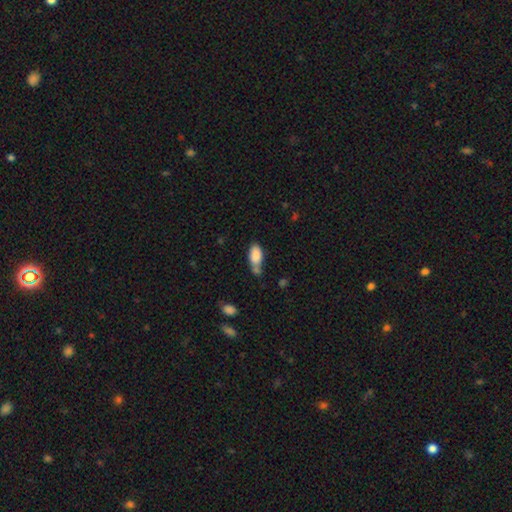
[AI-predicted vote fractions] The model was most divided on "merging": none: 41%, merger: 29%, minor disturbance: 22%, major disturbance: 8%. More confident: how rounded — in between (90%); smooth or featured — smooth (85%).